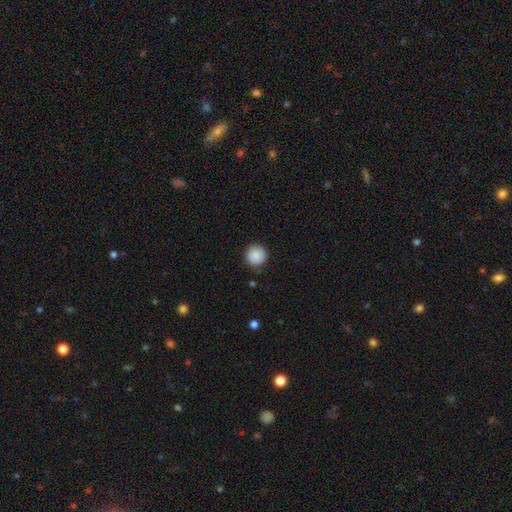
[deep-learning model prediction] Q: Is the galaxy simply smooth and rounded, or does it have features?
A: smooth — 89%.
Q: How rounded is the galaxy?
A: round — 95%.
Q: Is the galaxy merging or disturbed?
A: none — 89%.